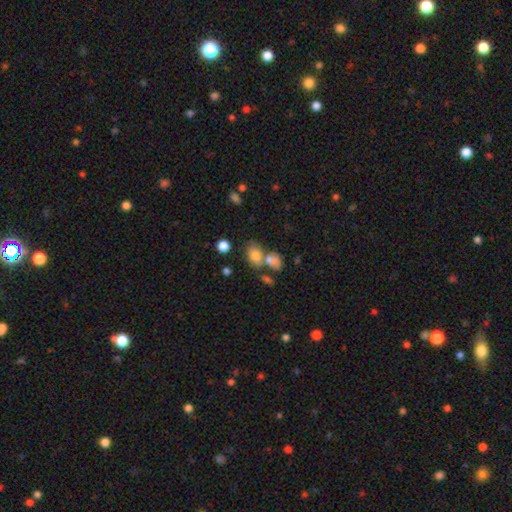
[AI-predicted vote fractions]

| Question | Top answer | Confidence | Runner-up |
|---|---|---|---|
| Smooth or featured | smooth | 79% | featured or disk (11%) |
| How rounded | in between | 76% | round (22%) |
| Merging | none | 45% | merger (36%) |